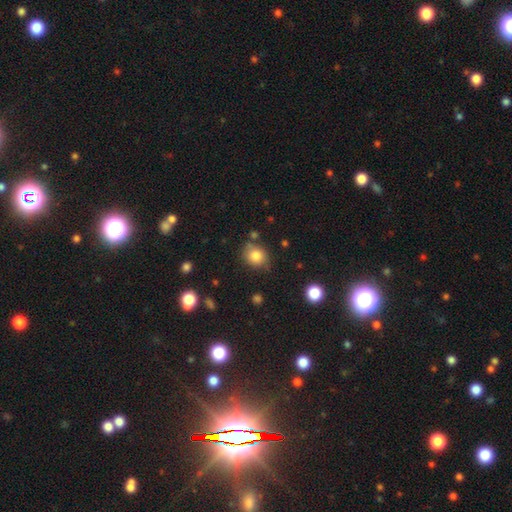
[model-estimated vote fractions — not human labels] Morphology: type=smooth (82%); roundness=round (70%); merging=none (72%).